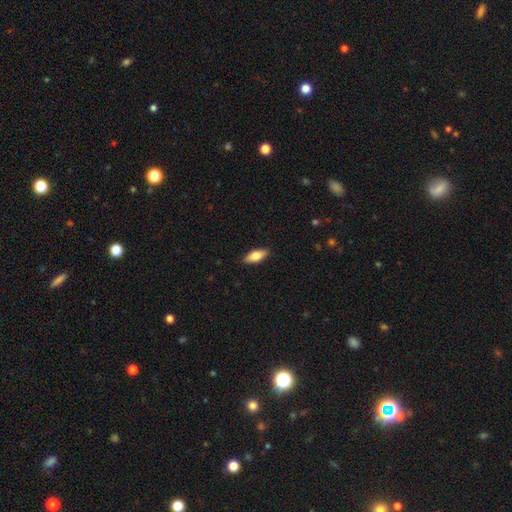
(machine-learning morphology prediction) A smooth galaxy with no disk features (75%) that is in between round and cigar-shaped (79%). Merging: none (88%).